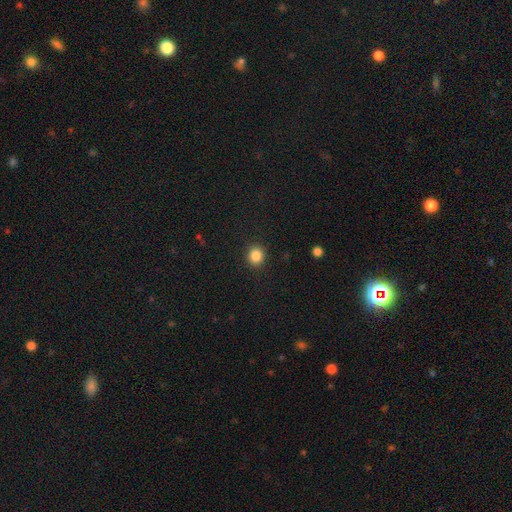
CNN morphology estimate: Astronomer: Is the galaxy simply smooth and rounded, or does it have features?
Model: smooth — 85%.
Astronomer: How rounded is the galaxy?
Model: round — 87%.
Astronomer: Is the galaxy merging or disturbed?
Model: none — 92%.